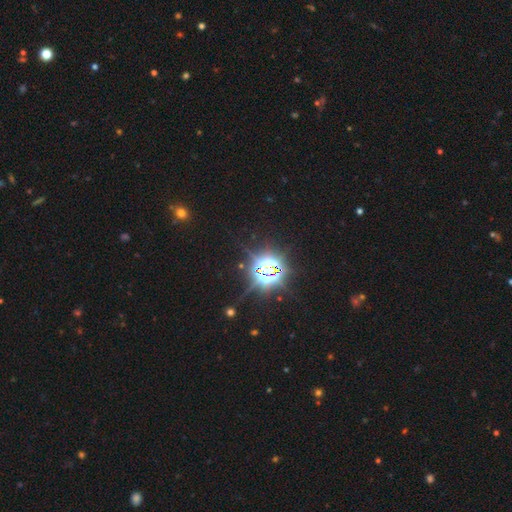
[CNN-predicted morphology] Smooth or featured? Predicted: star or artifact (p=0.80).